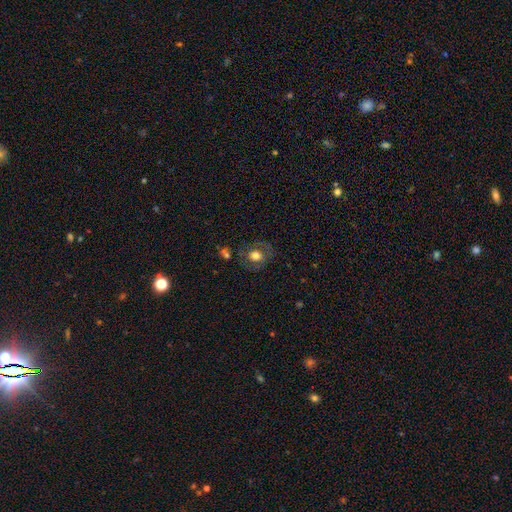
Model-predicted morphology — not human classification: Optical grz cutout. It shows a smooth galaxy with no disk features (58%) that is round (68%). Merging: none (74%).